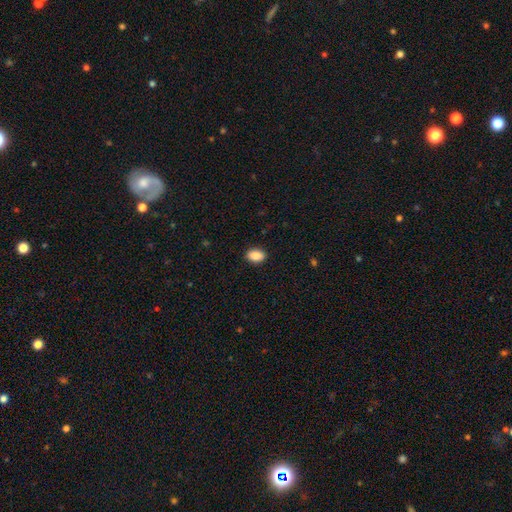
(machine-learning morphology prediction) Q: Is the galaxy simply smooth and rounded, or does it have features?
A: smooth — 89%.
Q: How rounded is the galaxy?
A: in between — 85%.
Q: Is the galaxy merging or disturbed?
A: none — 90%.